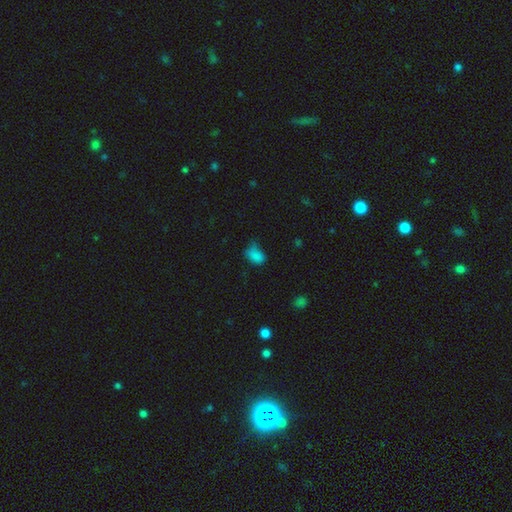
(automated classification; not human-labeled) Q: Smooth or featured?
A: smooth (80%); runner-up: star or artifact (13%)
Q: How rounded?
A: in between (83%); runner-up: round (15%)
Q: Merging?
A: minor disturbance (38%); runner-up: none (37%)